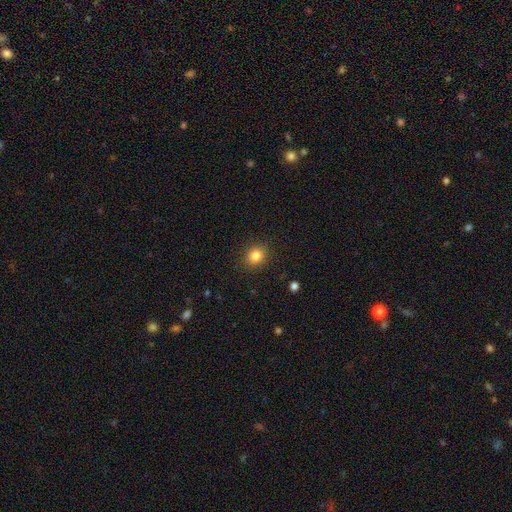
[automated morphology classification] Overall: smooth (84%). How rounded: round (66%; in between 33%). Merging: none (89%).